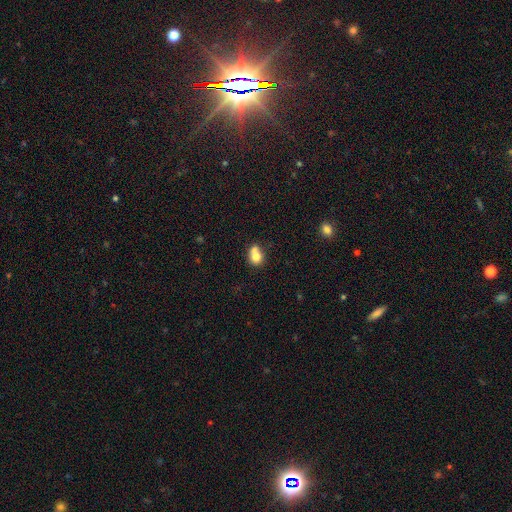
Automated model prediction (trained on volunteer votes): smooth-or-featured: smooth: 74% | featured or disk: 16% | star or artifact: 10%
  how-rounded: round: 60% | in between: 39% | cigar-shaped: 1%
  merging: merger: 55% | none: 29% | minor disturbance: 11% | major disturbance: 4%